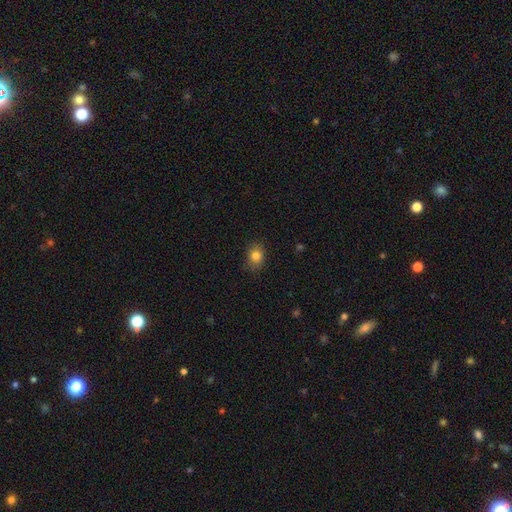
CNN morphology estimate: Smooth or featured? Predicted: smooth (p=0.81). How rounded? Predicted: in between (p=0.59). Merging? Predicted: none (p=0.83).